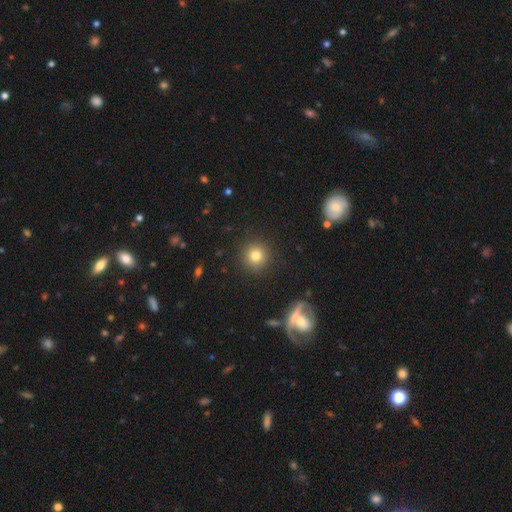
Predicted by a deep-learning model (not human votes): A smooth galaxy with no disk features (79%) that is round (94%). Merging: none (90%).